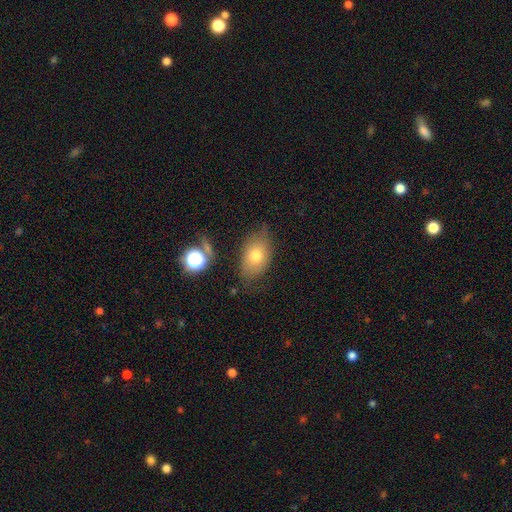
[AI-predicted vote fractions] Smooth or featured? Predicted: smooth (p=0.69). How rounded? Predicted: in between (p=0.85). Merging? Predicted: none (p=0.71).